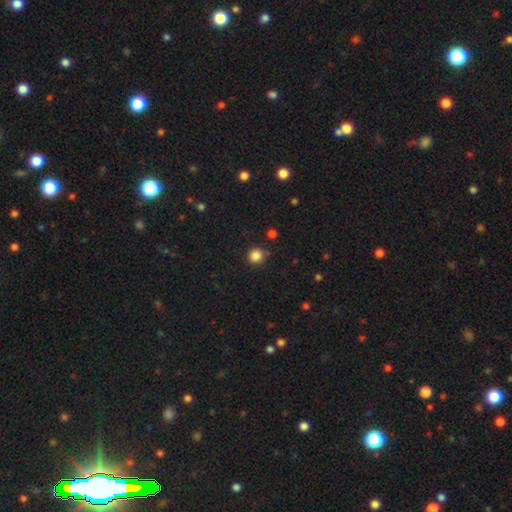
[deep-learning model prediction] This is clearly a smooth galaxy (85%). How rounded: clearly round (90%). Merging: clearly none (84%).